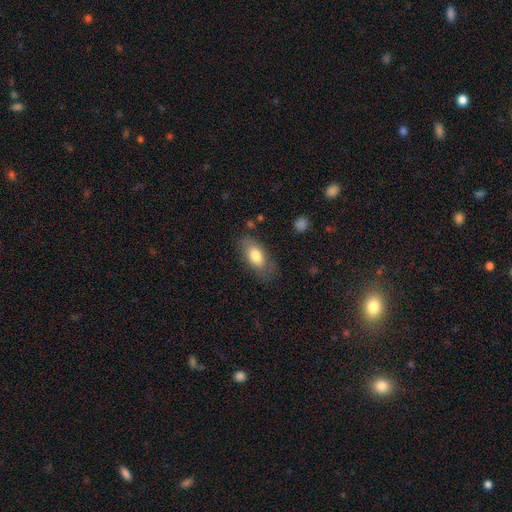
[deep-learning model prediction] smooth 75%, featured or disk 19%, star or artifact 6%. Down the decision tree: how rounded — in between (89%); merging — none (73%).